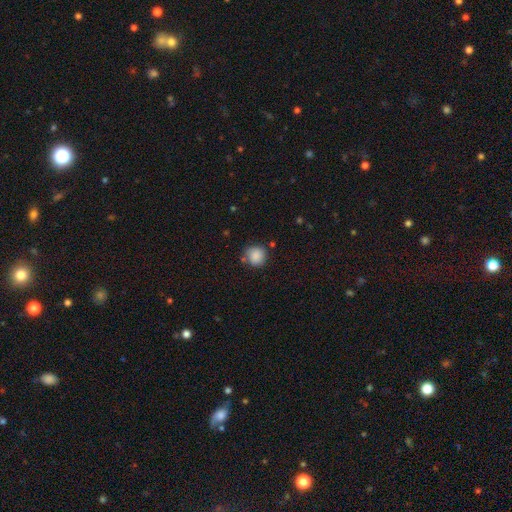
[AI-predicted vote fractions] Smooth or featured? Predicted: smooth (p=0.86). How rounded? Predicted: round (p=0.89). Merging? Predicted: none (p=0.73).